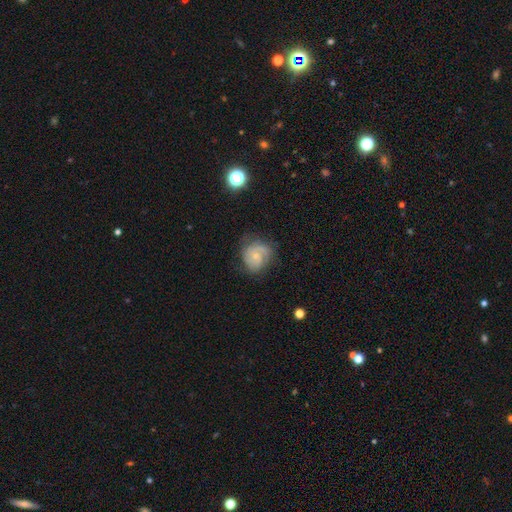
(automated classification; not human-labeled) This is likely a featured or disk galaxy (68%). It is clearly not viewed edge-on (98%). Bar: likely no (73%). Spiral arm pattern: clearly yes (91%). Spiral arm count: marginally 2 (42%). Spiral winding: possibly tight (52%). Central bulge: likely small (66%). Merging: likely none (63%).